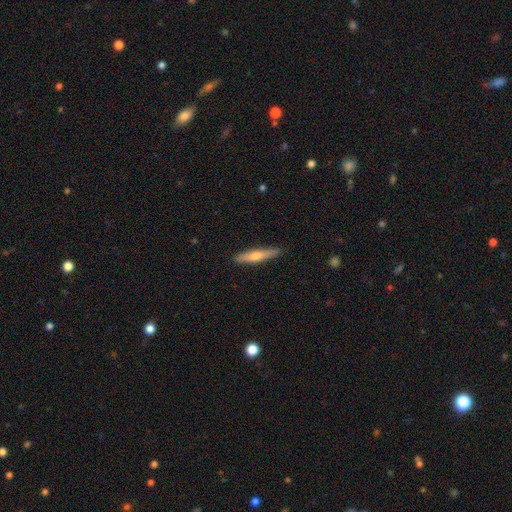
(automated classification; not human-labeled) Morphology: type=featured or disk (48%); merging=none (90%).